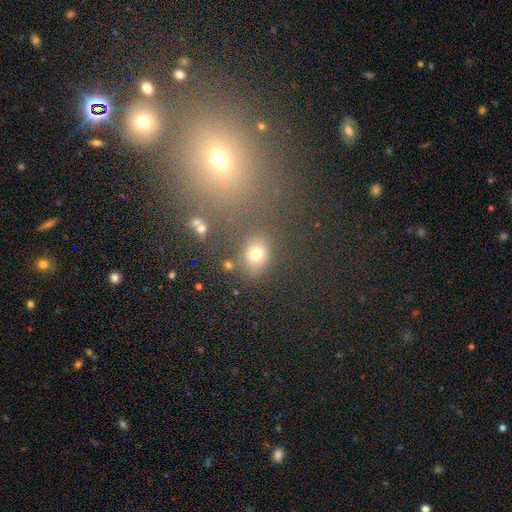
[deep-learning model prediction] Morphology: type=smooth (71%); roundness=round (51%); merging=none (75%).